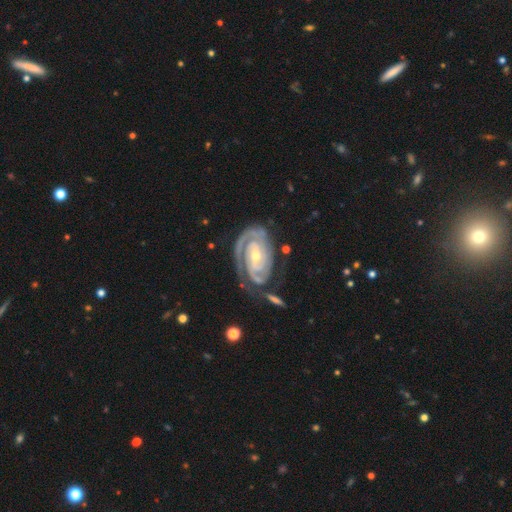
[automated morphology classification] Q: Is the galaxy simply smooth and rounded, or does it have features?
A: featured or disk — 91%.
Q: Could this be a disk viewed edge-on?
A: no — 96%.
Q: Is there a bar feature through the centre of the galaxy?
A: no — 50%.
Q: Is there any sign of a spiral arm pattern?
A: yes — 98%.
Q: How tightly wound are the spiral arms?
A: tight — 80%.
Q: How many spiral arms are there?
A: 2 — 64%.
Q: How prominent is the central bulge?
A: small — 52%.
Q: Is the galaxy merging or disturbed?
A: none — 62%.